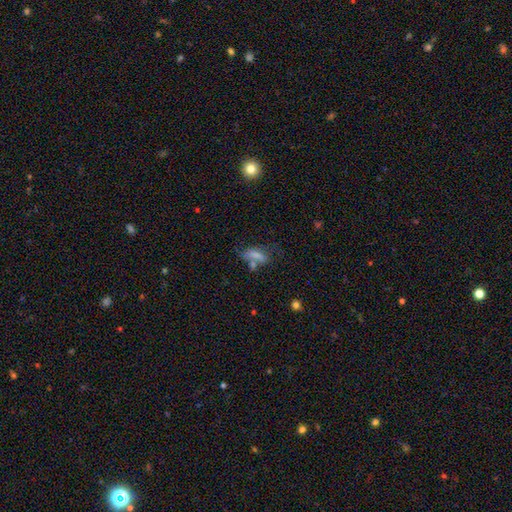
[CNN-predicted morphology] This is likely a smooth galaxy (68%). How rounded: likely in between (66%). Merging: marginally none (36%).